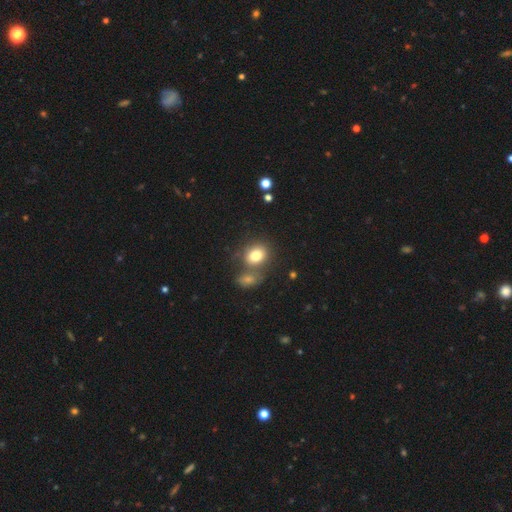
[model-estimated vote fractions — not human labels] Overall: smooth (80%). How rounded: in between (51%; round 48%). Merging: none (55%; merger 29%).